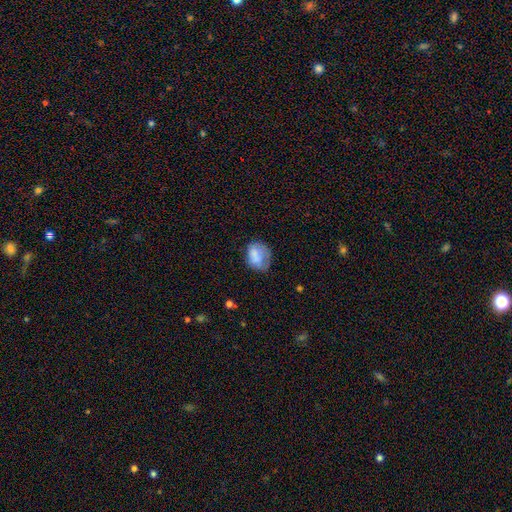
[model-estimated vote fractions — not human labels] A smooth galaxy with no disk features (75%) that is in between round and cigar-shaped (57%).

Vote fractions:
- Smooth or featured? smooth: 75% / featured or disk: 16% / star or artifact: 9%
- How rounded? in between: 57% / round: 42% / cigar-shaped: 1%
- Merging? none: 49% / minor disturbance: 32% / major disturbance: 17% / merger: 2%